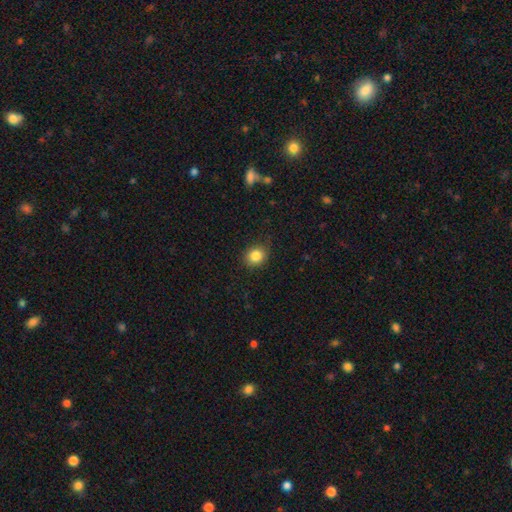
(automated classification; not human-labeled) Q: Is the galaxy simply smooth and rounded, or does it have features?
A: smooth — 85%.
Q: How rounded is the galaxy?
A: round — 71%.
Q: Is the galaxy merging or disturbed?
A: none — 83%.